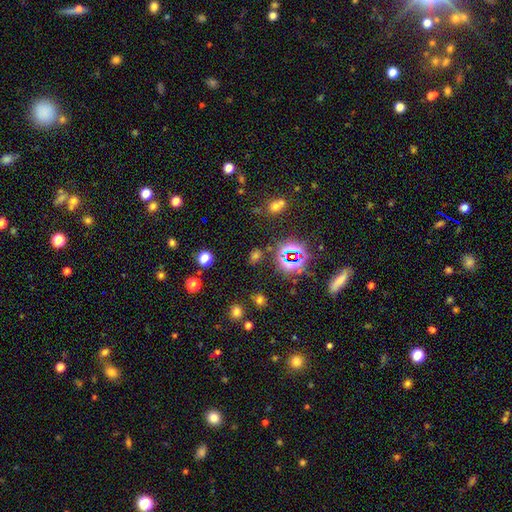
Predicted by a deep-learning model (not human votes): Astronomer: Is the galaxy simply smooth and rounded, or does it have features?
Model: star or artifact — 56% (runner-up: smooth, 36%).